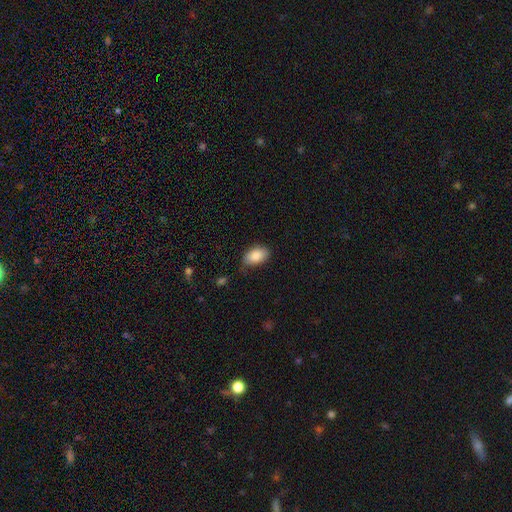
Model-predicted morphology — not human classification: smooth 87%, star or artifact 7%, featured or disk 6%. Down the decision tree: how rounded — in between (90%); merging — none (69%).